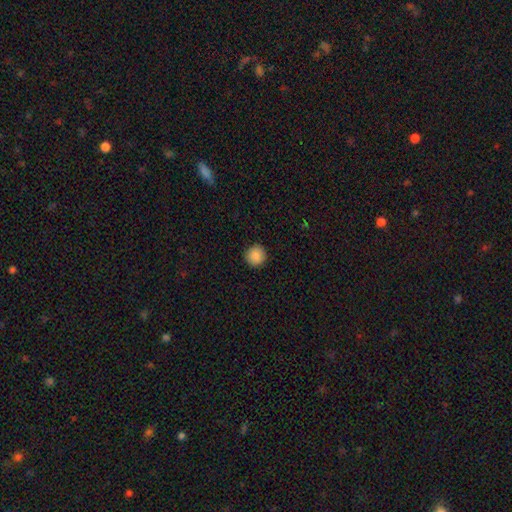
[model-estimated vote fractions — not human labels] Smooth or featured?
  - smooth: 88% *
  - star or artifact: 9%
  - featured or disk: 3%
How rounded?
  - round: 94% *
  - in between: 5%
  - cigar-shaped: 1%
Merging?
  - none: 92% *
  - minor disturbance: 5%
  - major disturbance: 2%
  - merger: 1%